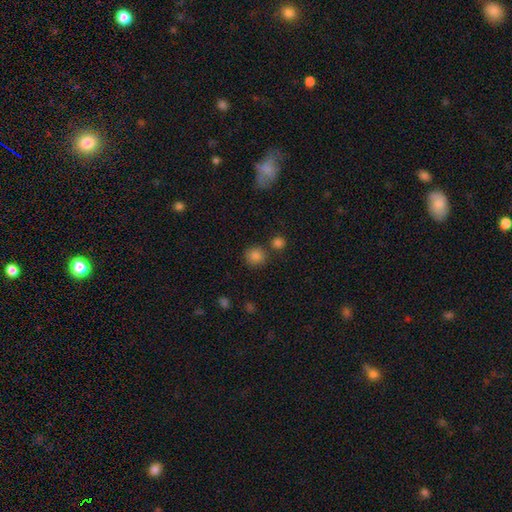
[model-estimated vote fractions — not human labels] Smooth or featured: smooth — 84% (star or artifact — 12%)
How rounded: round — 89% (in between — 10%)
Merging: none — 75% (merger — 13%)